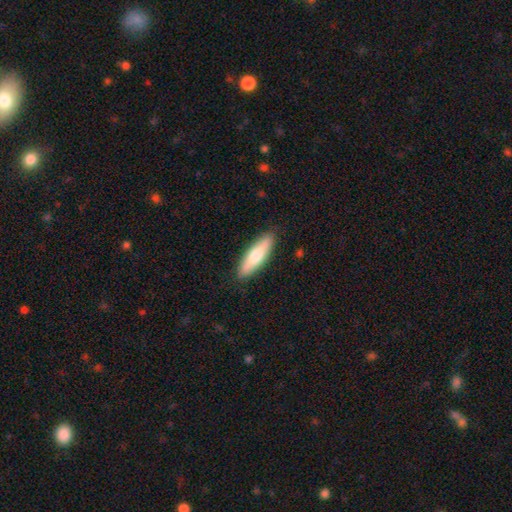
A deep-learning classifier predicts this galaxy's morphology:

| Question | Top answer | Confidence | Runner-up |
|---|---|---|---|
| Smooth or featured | smooth | 69% | featured or disk (25%) |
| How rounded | cigar-shaped | 63% | in between (35%) |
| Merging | none | 89% | minor disturbance (8%) |